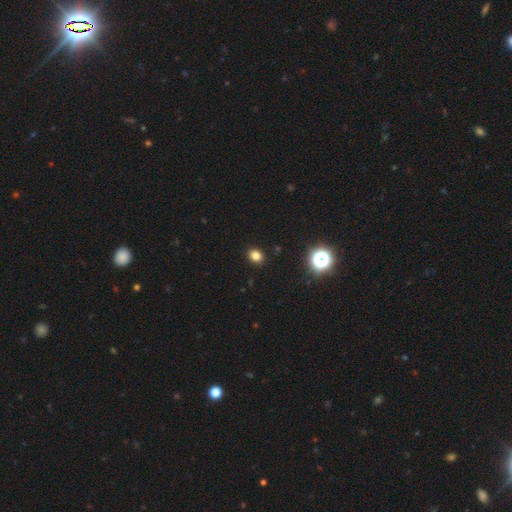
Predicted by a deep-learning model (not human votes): Overall: smooth (80%). How rounded: round (65%; in between 34%). Merging: none (91%).